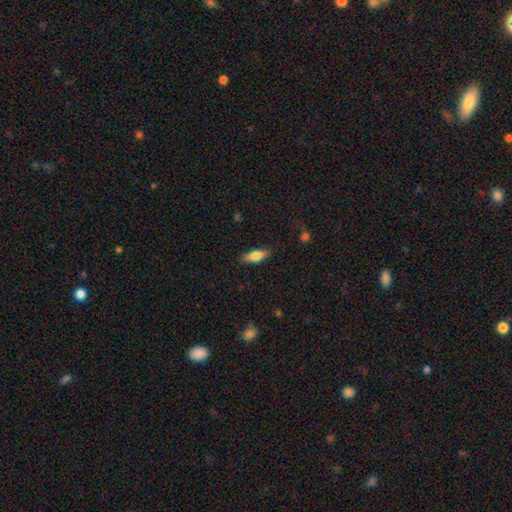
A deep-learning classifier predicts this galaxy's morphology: This is likely a smooth galaxy (72%). How rounded: likely in between (66%). Merging: clearly none (83%).